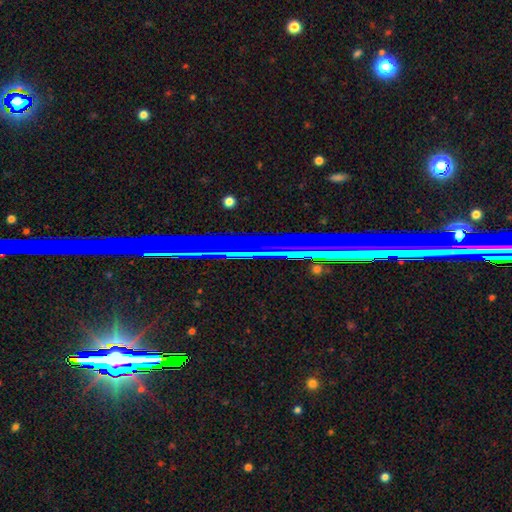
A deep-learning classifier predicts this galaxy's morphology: smooth-or-featured: star or artifact: 74% | featured or disk: 17% | smooth: 9%